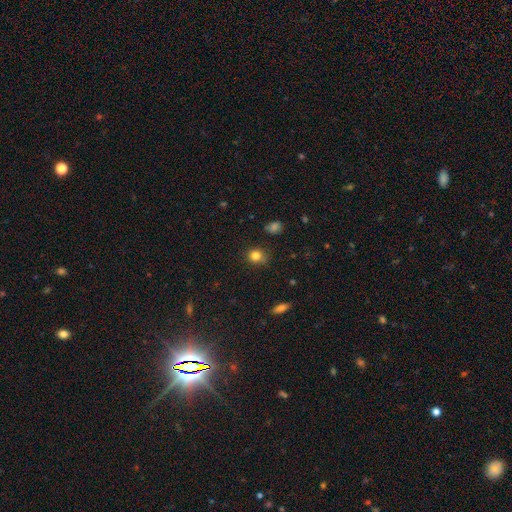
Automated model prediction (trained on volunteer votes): A smooth galaxy with no disk features (82%) that is round (77%).

Vote fractions:
- Smooth or featured? smooth: 82% / star or artifact: 13% / featured or disk: 6%
- How rounded? round: 77% / in between: 22% / cigar-shaped: 1%
- Merging? none: 75% / minor disturbance: 18% / major disturbance: 4% / merger: 2%